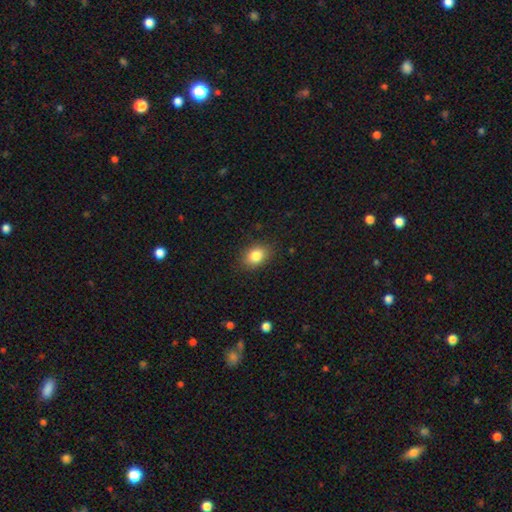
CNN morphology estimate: type=smooth (84%); roundness=in between (67%); merging=none (85%).